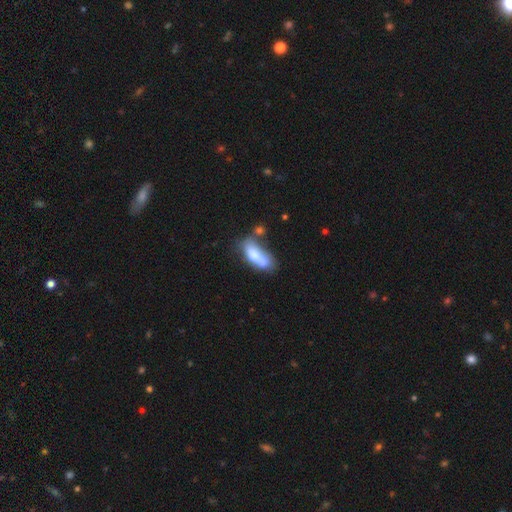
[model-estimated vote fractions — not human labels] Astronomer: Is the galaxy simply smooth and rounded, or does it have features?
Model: smooth — 63%.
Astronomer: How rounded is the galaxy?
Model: in between — 68%.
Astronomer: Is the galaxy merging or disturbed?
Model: merger — 43% (runner-up: none, 26%).